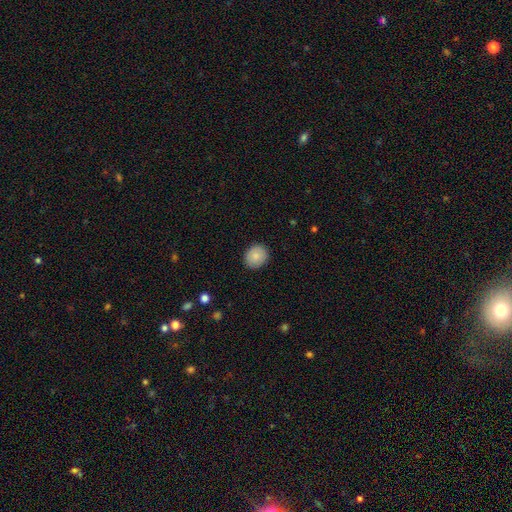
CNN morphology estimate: Overall: smooth (85%). How rounded: round (71%). Merging: none (89%).